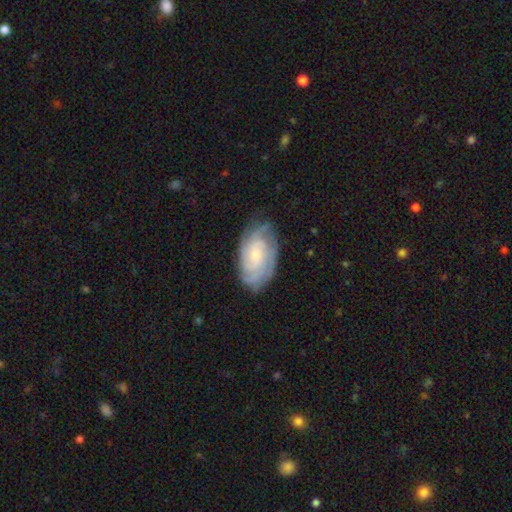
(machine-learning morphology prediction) The model was most divided on "bulge size": small: 56%, moderate: 36%, none: 4%, large: 4%, dominant: 1%. Remaining: edge-on disk — no (96%); spiral arms — yes (94%); smooth or featured — featured or disk (76%); merging — none (75%); bar — no (70%); spiral winding — tight (69%); spiral arm count — can't tell (40%).